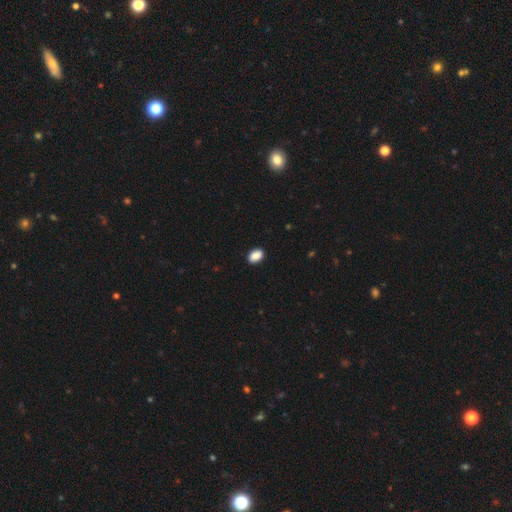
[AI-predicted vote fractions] smooth_or_featured: smooth (p=0.90) [alt: star or artifact p=0.07]
how_rounded: in between (p=0.87) [alt: round p=0.11]
merging: none (p=0.90) [alt: minor disturbance p=0.07]